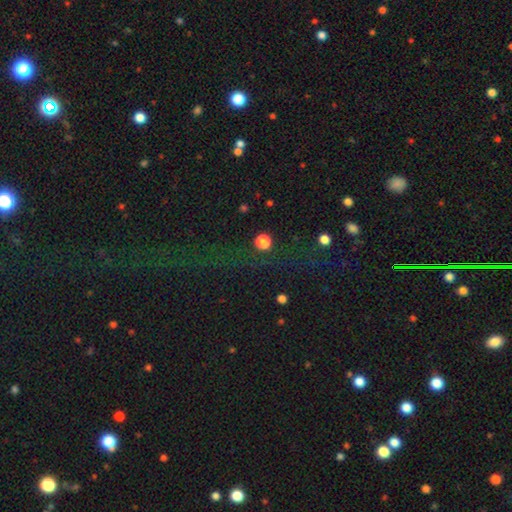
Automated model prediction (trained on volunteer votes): The model was most divided on "smooth or featured": star or artifact: 72%, smooth: 17%, featured or disk: 11%.